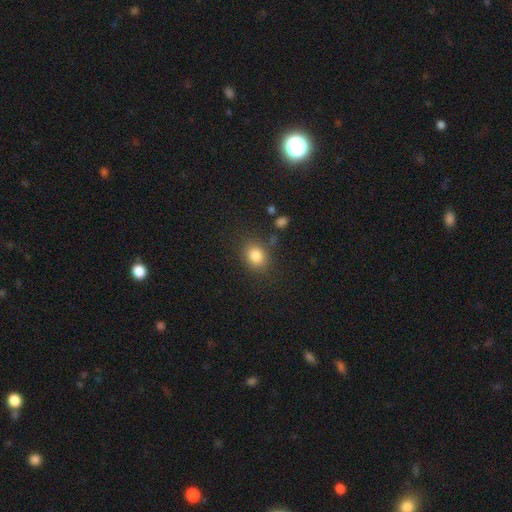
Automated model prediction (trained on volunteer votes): This is clearly a smooth galaxy (84%). How rounded: possibly in between (55%). Merging: likely none (79%).